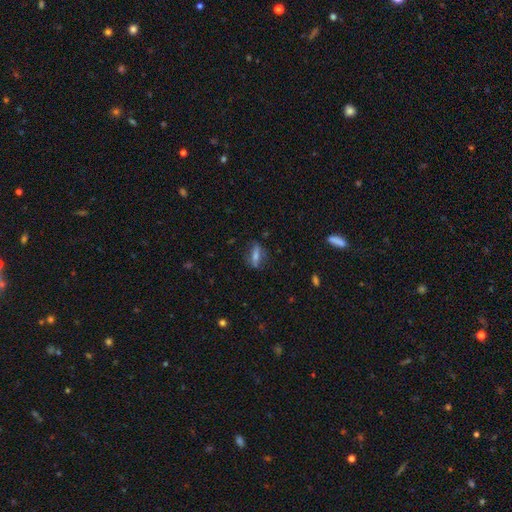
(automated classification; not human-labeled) Smooth or featured? Predicted: smooth (p=0.57). How rounded? Predicted: in between (p=0.52). Merging? Predicted: none (p=0.74).